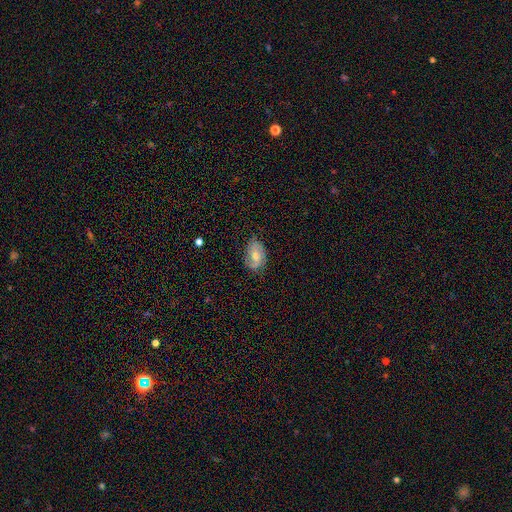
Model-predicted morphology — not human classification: Smooth or featured: featured or disk — 53% (smooth — 39%)
Edge-on disk: no — 95% (yes — 5%)
Bar: no — 57% (weak — 35%)
Spiral arms: yes — 83% (no — 17%)
Bulge size: moderate — 64% (small — 27%)
Merging: none — 65% (minor disturbance — 26%)